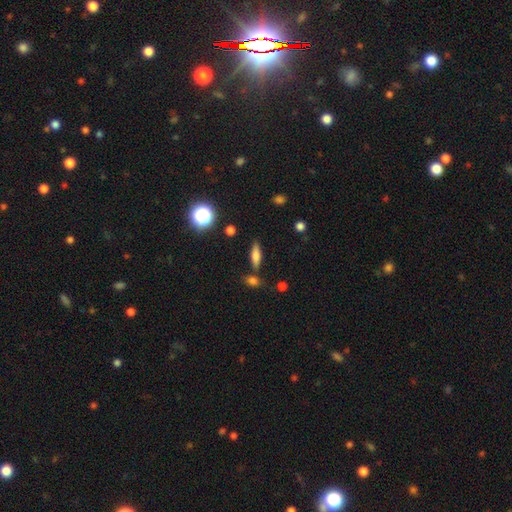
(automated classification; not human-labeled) smooth 69%, featured or disk 20%, star or artifact 11%. Down the decision tree: how rounded — cigar-shaped (51%); merging — none (76%).